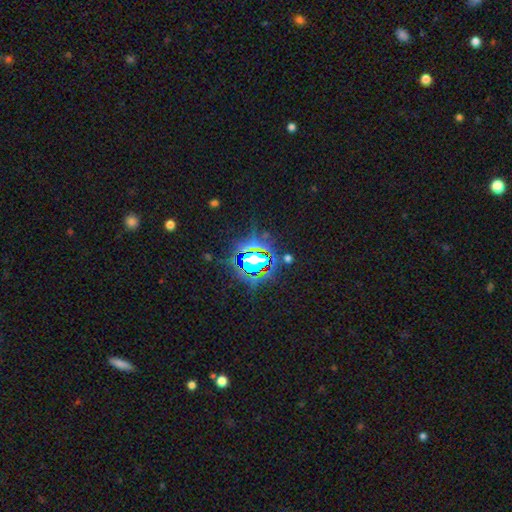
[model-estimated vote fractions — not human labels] Morphology: type=star or artifact (78%).